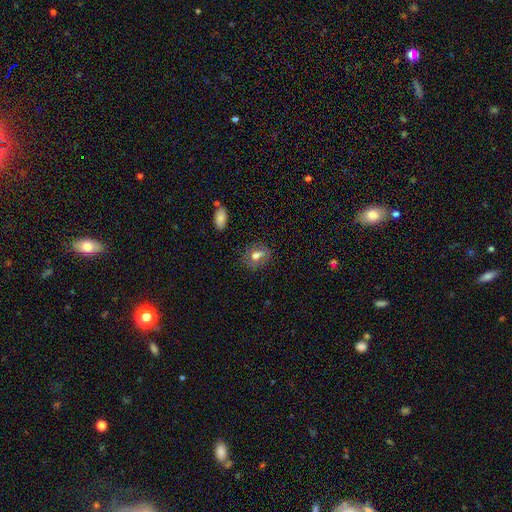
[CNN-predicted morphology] The model was most divided on "how rounded": in between: 55%, round: 42%, cigar-shaped: 2%. More confident: merging — none (78%); smooth or featured — smooth (63%).